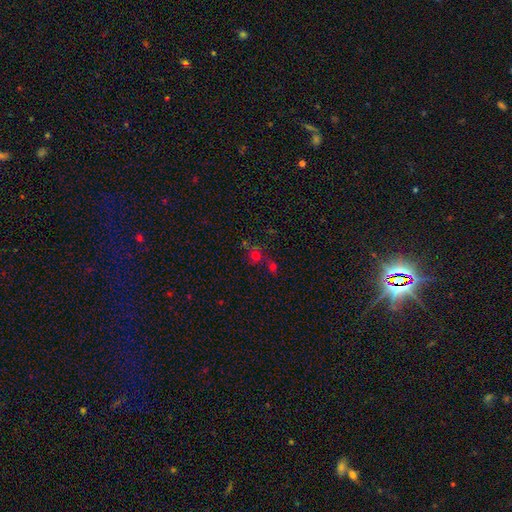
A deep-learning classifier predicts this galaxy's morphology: type=smooth (52%); roundness=round (82%); merging=none (47%).